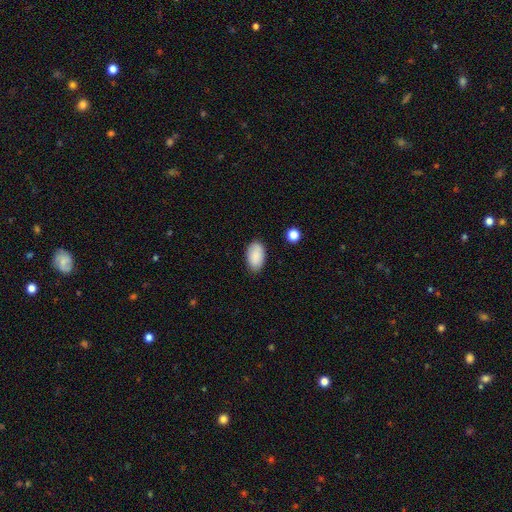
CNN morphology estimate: A smooth galaxy with no disk features (89%) that is in between round and cigar-shaped (94%). Merging: none (83%).